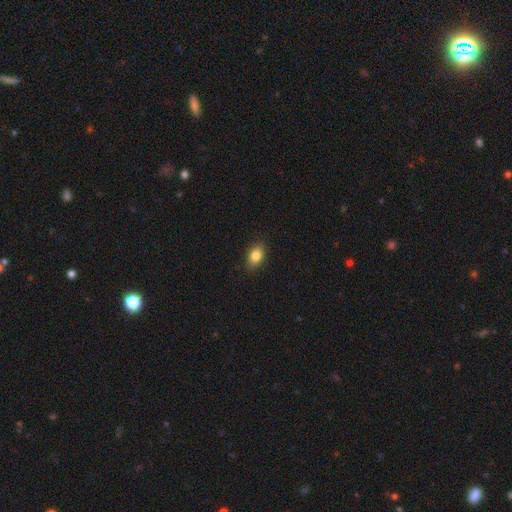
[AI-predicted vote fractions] smooth 84%, star or artifact 8%, featured or disk 8%. Down the decision tree: how rounded — in between (84%); merging — none (88%).